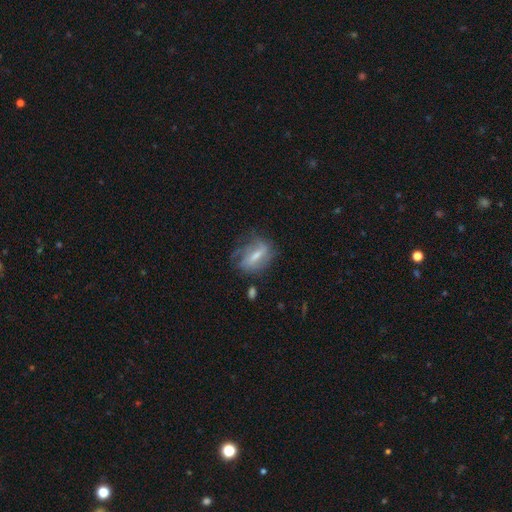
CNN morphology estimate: Q: Smooth or featured?
A: featured or disk (61%); runner-up: smooth (29%)
Q: Edge-on disk?
A: no (85%); runner-up: yes (15%)
Q: Bar?
A: strong (44%); runner-up: weak (37%)
Q: Spiral arms?
A: yes (67%); runner-up: no (33%)
Q: Bulge size?
A: moderate (43%); runner-up: small (39%)
Q: Merging?
A: none (57%); runner-up: minor disturbance (24%)